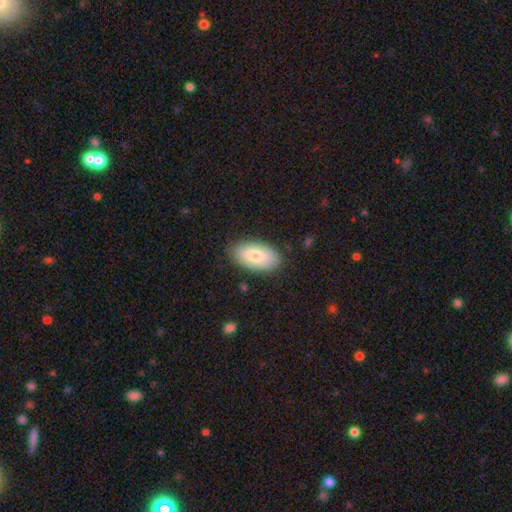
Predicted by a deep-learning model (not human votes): Smooth or featured?
  - smooth: 77% *
  - featured or disk: 17%
  - star or artifact: 6%
How rounded?
  - in between: 94% *
  - round: 3%
  - cigar-shaped: 3%
Merging?
  - none: 85% *
  - minor disturbance: 11%
  - major disturbance: 3%
  - merger: 1%